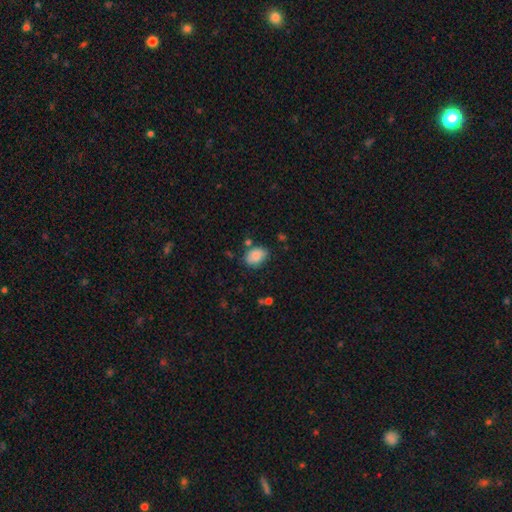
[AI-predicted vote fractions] smooth 86%, star or artifact 8%, featured or disk 6%. Down the decision tree: how rounded — in between (81%); merging — none (70%).